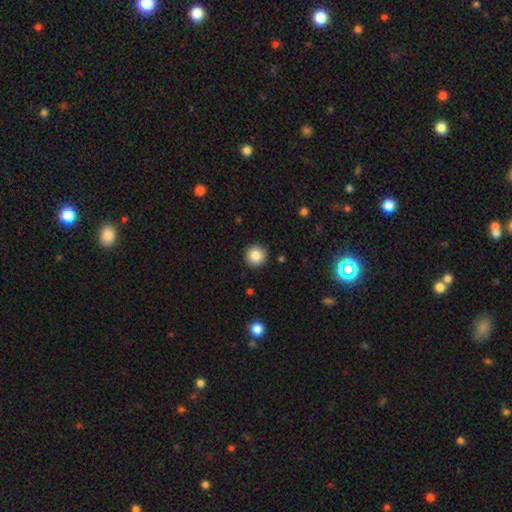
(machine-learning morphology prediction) A smooth galaxy with no disk features (86%) that is round (95%). Merging: none (92%).